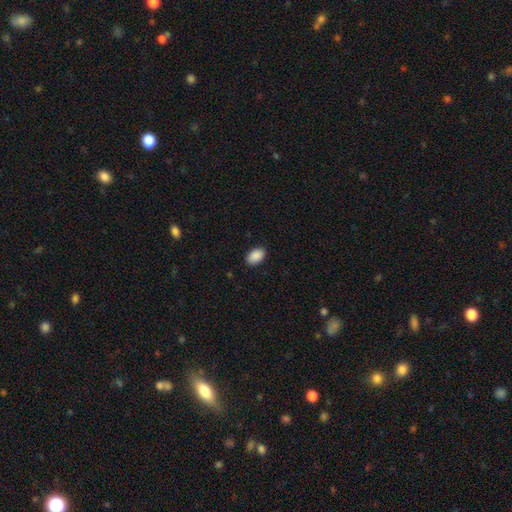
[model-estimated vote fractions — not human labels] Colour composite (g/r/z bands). It shows a smooth galaxy with no disk features (90%) that is in between round and cigar-shaped (90%). Merging: none (89%).